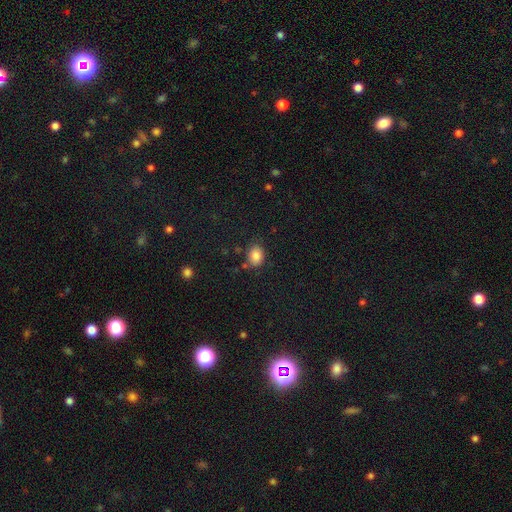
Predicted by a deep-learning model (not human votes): Smooth or featured? Predicted: smooth (p=0.84). How rounded? Predicted: in between (p=0.56). Merging? Predicted: none (p=0.76).